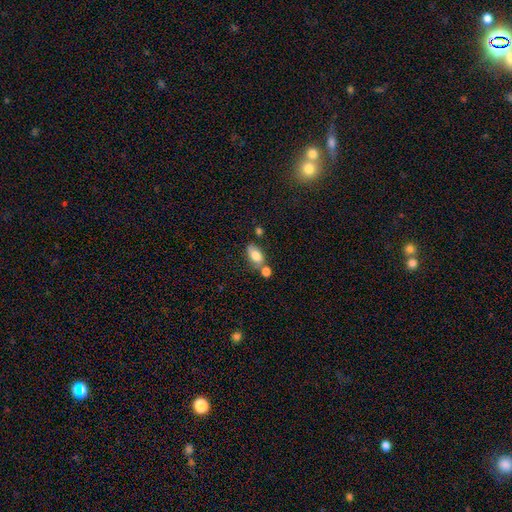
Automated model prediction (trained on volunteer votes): Morphology: type=smooth (76%); roundness=in between (87%); merging=none (51%).